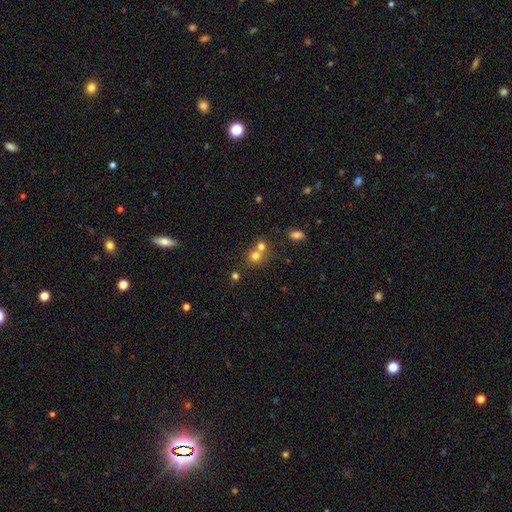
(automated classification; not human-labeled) Overall: smooth (72%). How rounded: round (83%). Merging: merger (49%; none 43%).